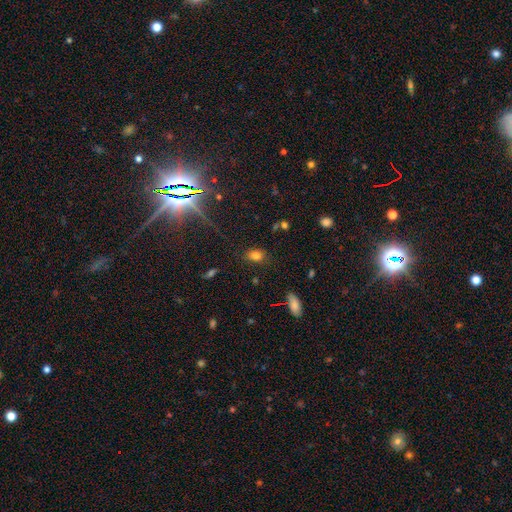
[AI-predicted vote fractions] Smooth or featured?
  - smooth: 79% *
  - star or artifact: 14%
  - featured or disk: 7%
How rounded?
  - in between: 73% *
  - round: 25%
  - cigar-shaped: 2%
Merging?
  - none: 82% *
  - minor disturbance: 12%
  - major disturbance: 3%
  - merger: 2%